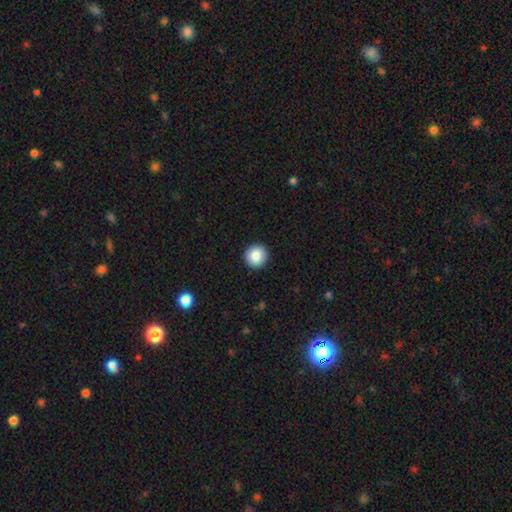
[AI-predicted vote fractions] Morphology: type=smooth (86%); roundness=round (95%); merging=none (93%).